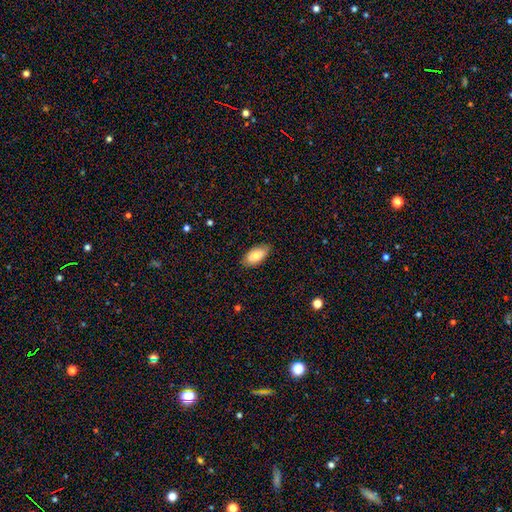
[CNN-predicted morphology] Smooth or featured? Predicted: smooth (p=0.79). How rounded? Predicted: in between (p=0.94). Merging? Predicted: none (p=0.81).